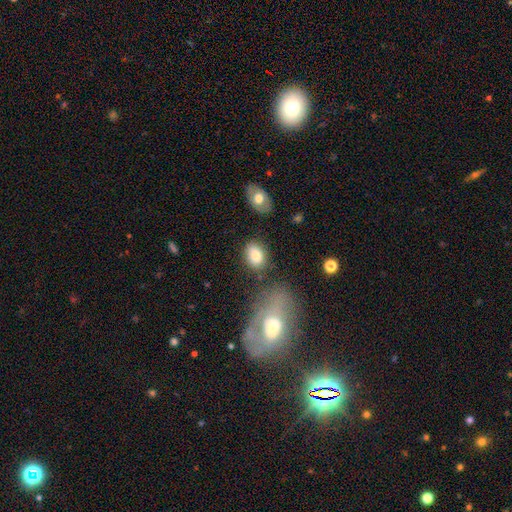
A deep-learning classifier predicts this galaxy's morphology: Smooth or featured?
  - smooth: 82% *
  - featured or disk: 10%
  - star or artifact: 8%
How rounded?
  - in between: 75% *
  - round: 23%
  - cigar-shaped: 2%
Merging?
  - none: 71% *
  - minor disturbance: 16%
  - merger: 7%
  - major disturbance: 5%